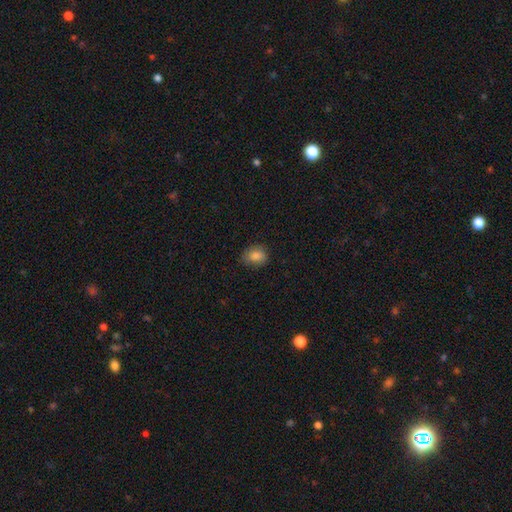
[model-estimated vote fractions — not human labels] Smooth or featured?
  - smooth: 84% *
  - star or artifact: 10%
  - featured or disk: 6%
How rounded?
  - in between: 52% *
  - round: 47%
  - cigar-shaped: 1%
Merging?
  - none: 75% *
  - minor disturbance: 20%
  - major disturbance: 4%
  - merger: 1%